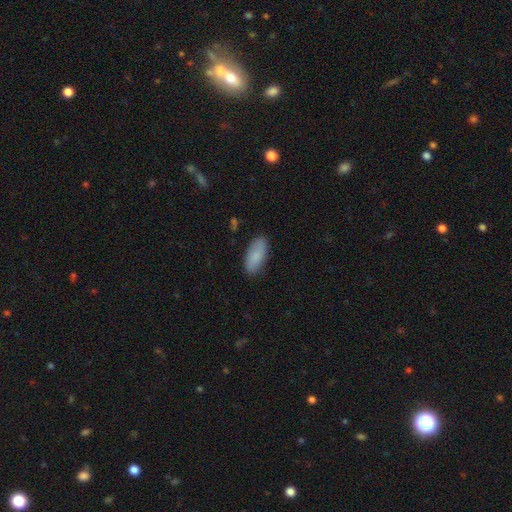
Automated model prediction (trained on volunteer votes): smooth-or-featured: smooth: 85% | featured or disk: 9% | star or artifact: 6%
  how-rounded: in between: 86% | cigar-shaped: 12% | round: 2%
  merging: none: 86% | minor disturbance: 11% | major disturbance: 2% | merger: 1%